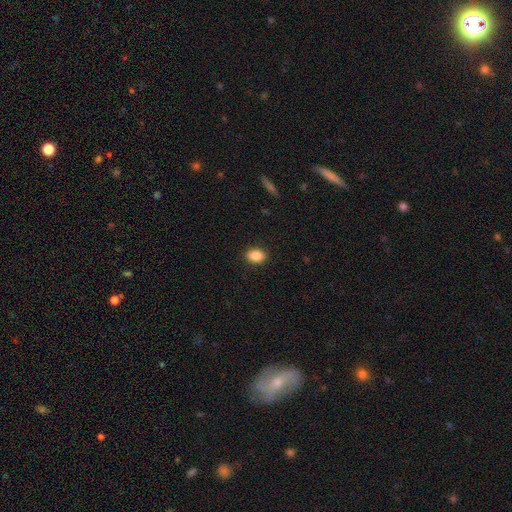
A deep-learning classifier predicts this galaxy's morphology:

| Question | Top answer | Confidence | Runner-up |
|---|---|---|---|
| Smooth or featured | smooth | 89% | star or artifact (8%) |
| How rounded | in between | 76% | round (22%) |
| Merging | none | 89% | minor disturbance (7%) |